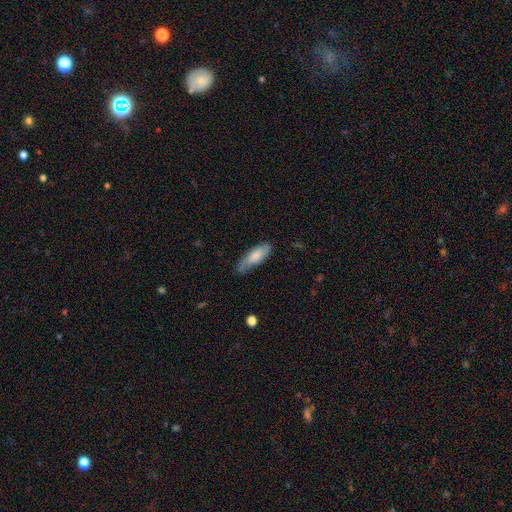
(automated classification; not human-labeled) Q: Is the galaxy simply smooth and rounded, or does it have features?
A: smooth — 72%.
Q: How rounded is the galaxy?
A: in between — 61%.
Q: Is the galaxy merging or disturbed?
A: none — 67%.